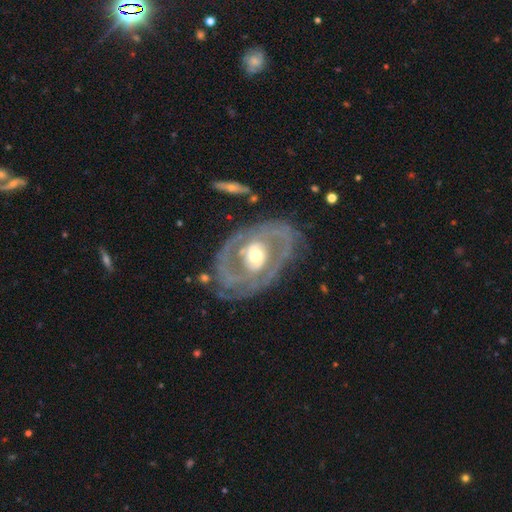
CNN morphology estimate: This is clearly a featured or disk galaxy (82%). It is clearly not viewed edge-on (95%). Bar: possibly no (50%). Spiral arm pattern: likely yes (72%). Spiral arm count: possibly 2 (57%). Spiral winding: possibly tight (50%). Central bulge: likely moderate (66%). Merging: likely none (70%).